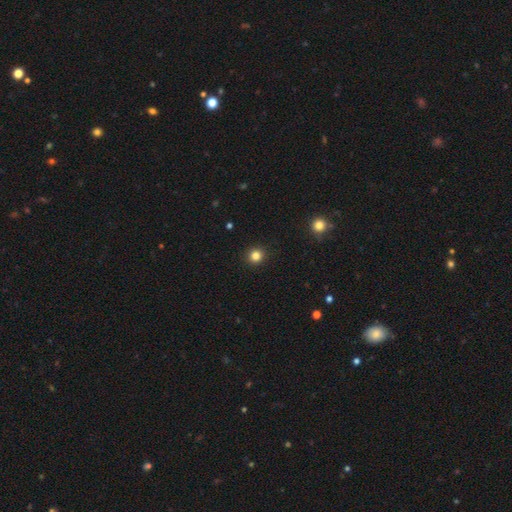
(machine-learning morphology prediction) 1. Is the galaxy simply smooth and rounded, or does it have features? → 83% smooth, 13% star or artifact, 4% featured or disk.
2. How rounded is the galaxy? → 93% round, 6% in between, 1% cigar-shaped.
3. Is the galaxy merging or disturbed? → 93% none, 5% minor disturbance, 2% major disturbance, 1% merger.